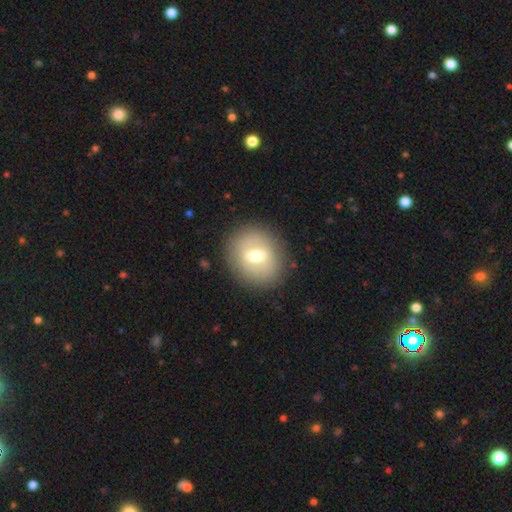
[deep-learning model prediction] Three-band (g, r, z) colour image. It shows a smooth galaxy with no disk features (51%) that is round (70%). Merging: none (85%).